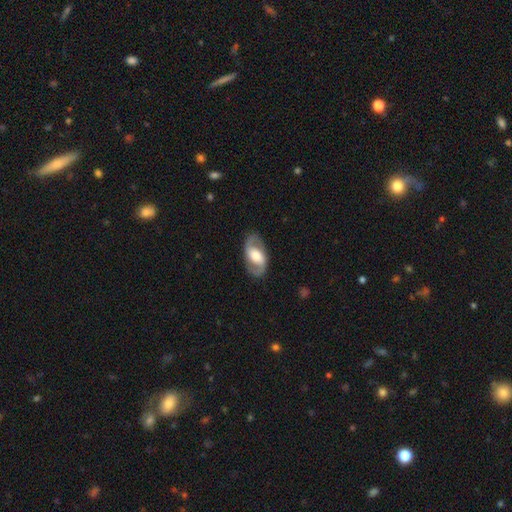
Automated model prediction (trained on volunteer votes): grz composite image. It shows a featured or disk galaxy (77%) with a weak bar (38%), 2 (91%) medium (50%) spiral arms (85%) and a moderate central bulge (53%). Merging: none (83%).